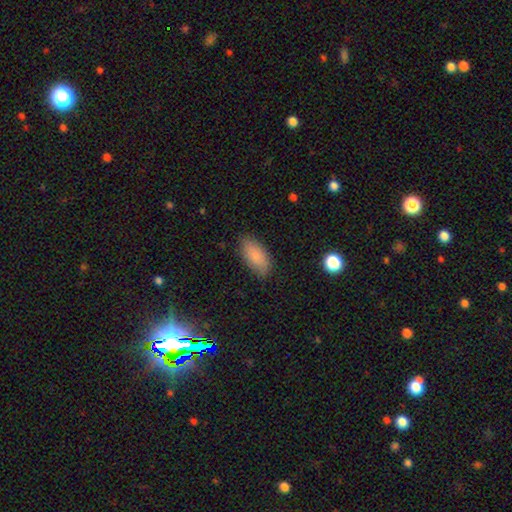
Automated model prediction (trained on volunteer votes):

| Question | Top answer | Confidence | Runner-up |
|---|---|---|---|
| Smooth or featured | smooth | 85% | featured or disk (8%) |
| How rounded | in between | 91% | cigar-shaped (7%) |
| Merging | none | 84% | minor disturbance (12%) |